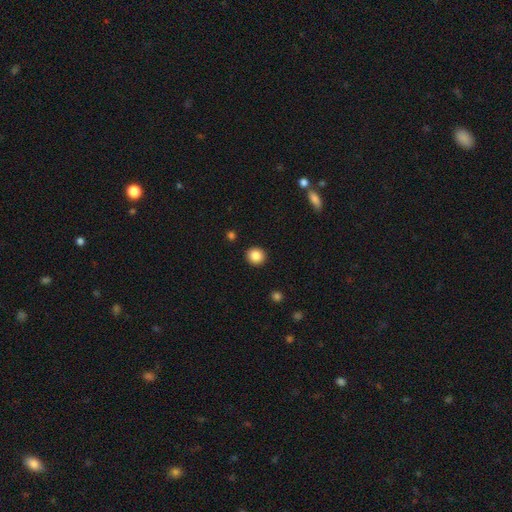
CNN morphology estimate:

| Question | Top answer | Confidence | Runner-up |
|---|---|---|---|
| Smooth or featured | smooth | 86% | star or artifact (9%) |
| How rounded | round | 89% | in between (10%) |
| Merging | none | 92% | minor disturbance (5%) |